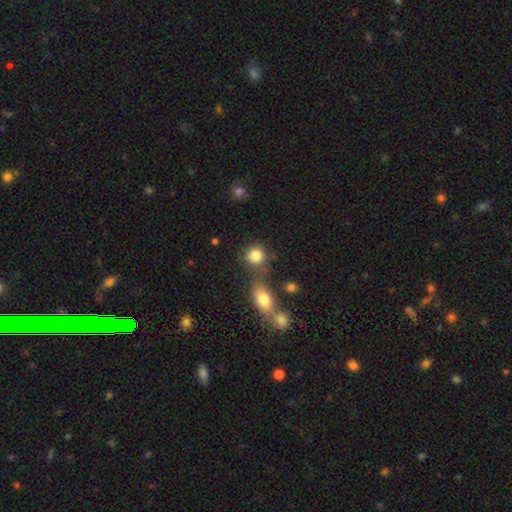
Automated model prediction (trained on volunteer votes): Smooth or featured? Predicted: smooth (p=0.83). How rounded? Predicted: round (p=0.82). Merging? Predicted: none (p=0.63).